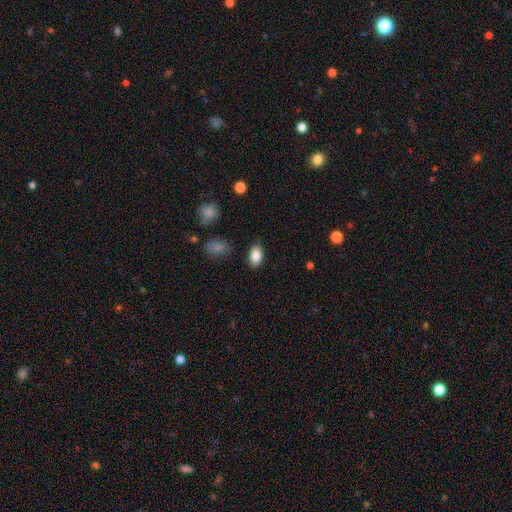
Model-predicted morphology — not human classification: A smooth galaxy with no disk features (86%) that is in between round and cigar-shaped (89%). Merging: none (84%).